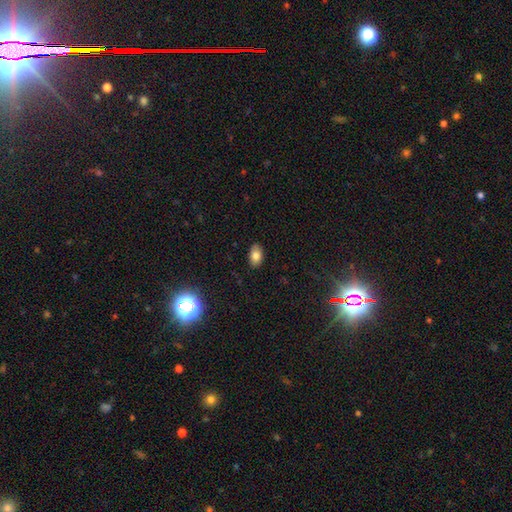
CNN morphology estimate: This appears to be a smooth galaxy with no disk features (80%) that is in between round and cigar-shaped (90%). Merging: none (87%).